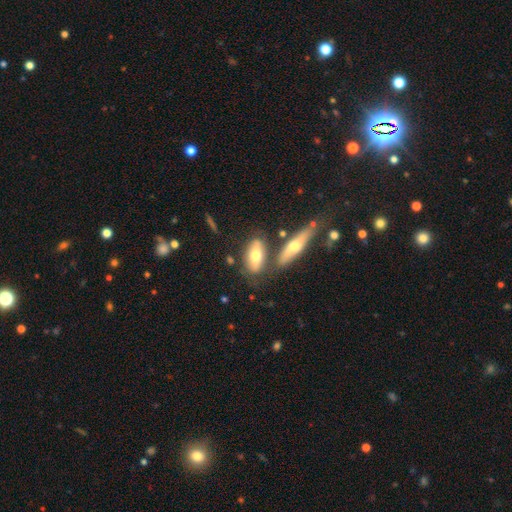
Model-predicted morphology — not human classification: smooth_or_featured: smooth (p=0.64) [alt: featured or disk p=0.29]
how_rounded: in between (p=0.79) [alt: cigar-shaped p=0.17]
merging: none (p=0.62) [alt: merger p=0.19]